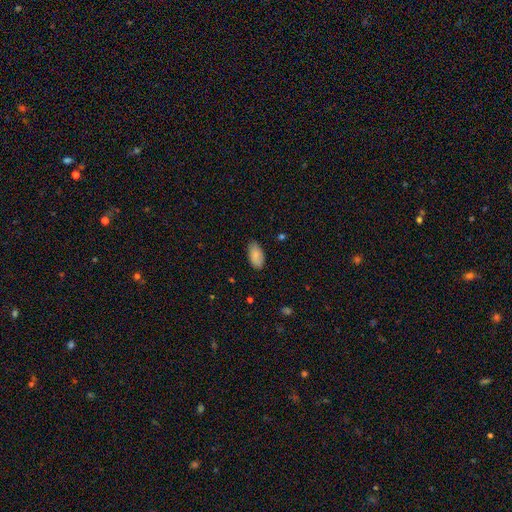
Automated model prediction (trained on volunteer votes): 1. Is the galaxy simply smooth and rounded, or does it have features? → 86% smooth, 8% featured or disk, 7% star or artifact.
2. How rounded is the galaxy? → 95% in between, 3% cigar-shaped, 3% round.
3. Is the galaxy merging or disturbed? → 79% none, 18% minor disturbance, 3% major disturbance, 1% merger.